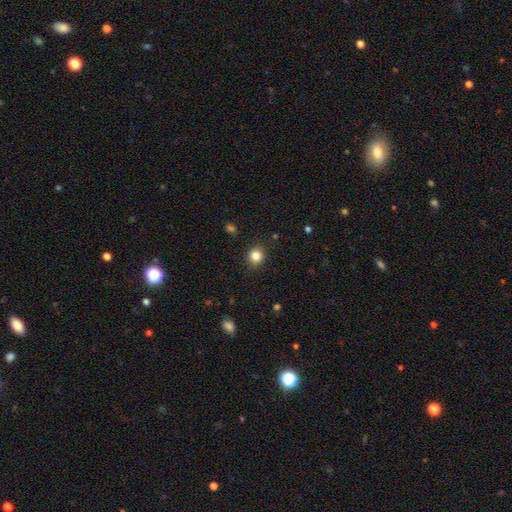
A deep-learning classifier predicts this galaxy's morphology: A smooth galaxy with no disk features (83%) that is round (82%). Merging: none (89%).